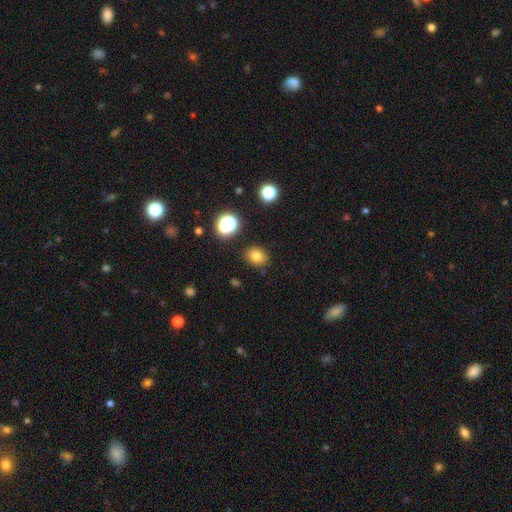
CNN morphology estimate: Overall: smooth (78%). How rounded: round (56%; in between 43%). Merging: none (86%).